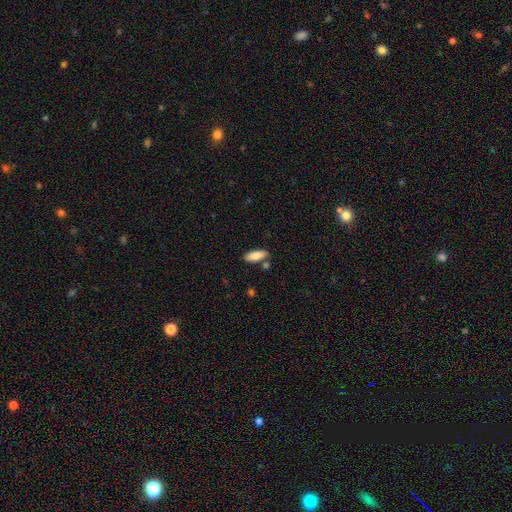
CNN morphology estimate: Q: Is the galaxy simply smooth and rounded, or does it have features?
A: smooth — 86%.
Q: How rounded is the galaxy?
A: in between — 76%.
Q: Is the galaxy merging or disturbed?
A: none — 78%.